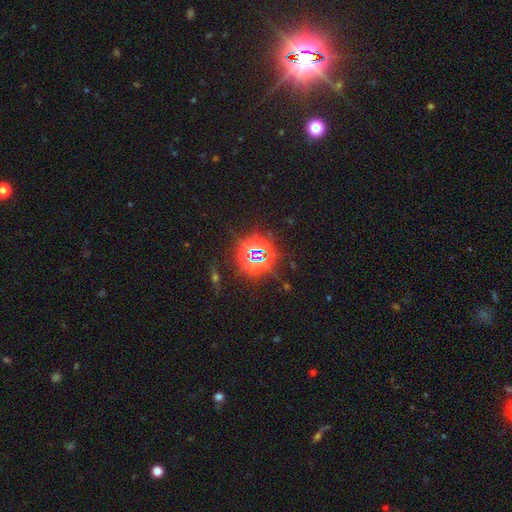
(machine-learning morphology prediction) Q: Smooth or featured?
A: star or artifact (81%); runner-up: smooth (12%)